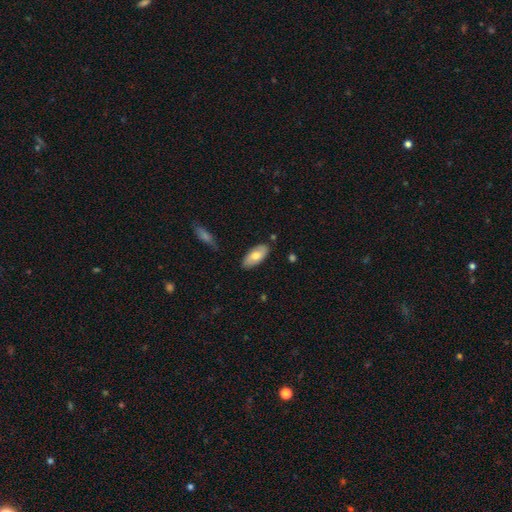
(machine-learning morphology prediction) A smooth galaxy with no disk features (70%) that is in between round and cigar-shaped (90%). Merging: none (84%).